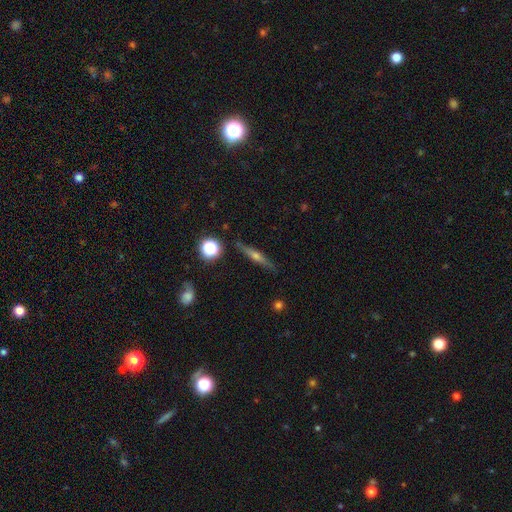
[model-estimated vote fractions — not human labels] The model was most divided on "smooth or featured": featured or disk: 64%, smooth: 27%, star or artifact: 9%. More confident: edge-on disk — yes (96%); merging — none (89%); edge-on bulge — rounded (85%).